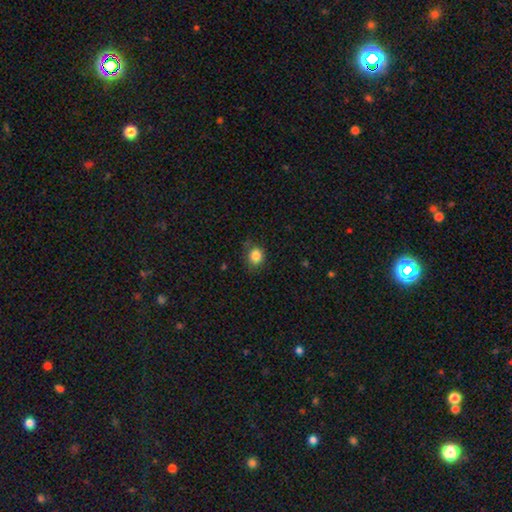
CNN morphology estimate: A smooth galaxy with no disk features (85%) that is round (71%). Merging: none (77%).